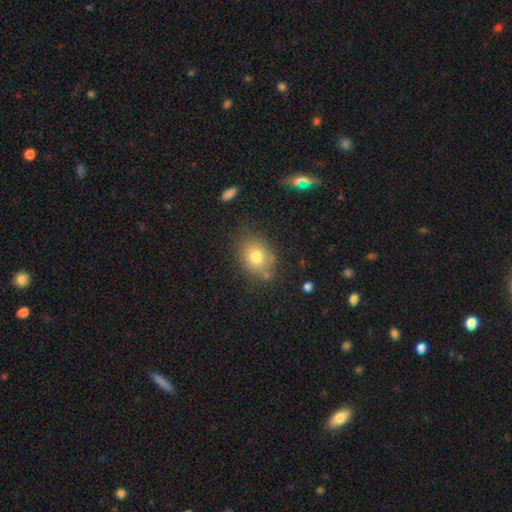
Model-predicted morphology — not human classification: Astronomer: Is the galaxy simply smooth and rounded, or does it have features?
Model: smooth — 77%.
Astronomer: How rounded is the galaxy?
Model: round — 50% (runner-up: in between, 49%).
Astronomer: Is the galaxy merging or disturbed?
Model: none — 76%.